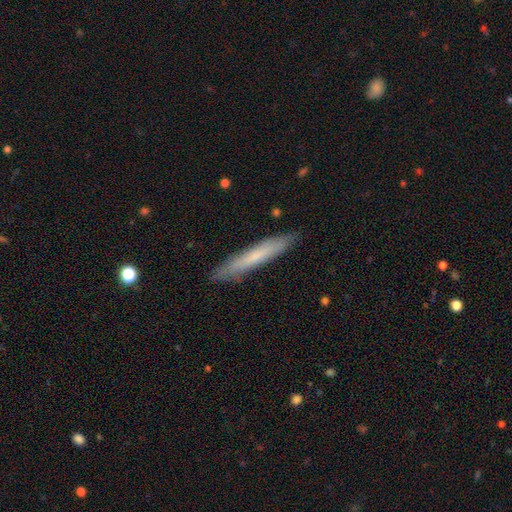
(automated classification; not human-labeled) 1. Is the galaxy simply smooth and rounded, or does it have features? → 62% smooth, 32% featured or disk, 6% star or artifact.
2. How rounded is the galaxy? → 94% cigar-shaped, 5% in between, 1% round.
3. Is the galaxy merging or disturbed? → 88% none, 9% minor disturbance, 2% major disturbance, 1% merger.